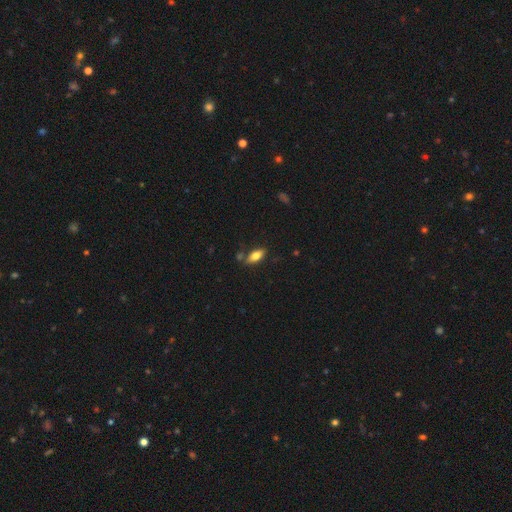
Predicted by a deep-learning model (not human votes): A smooth galaxy with no disk features (71%) that is in between round and cigar-shaped (80%).

Vote fractions:
- Smooth or featured? smooth: 71% / featured or disk: 21% / star or artifact: 7%
- How rounded? in between: 80% / cigar-shaped: 17% / round: 3%
- Merging? none: 75% / minor disturbance: 14% / merger: 8% / major disturbance: 3%